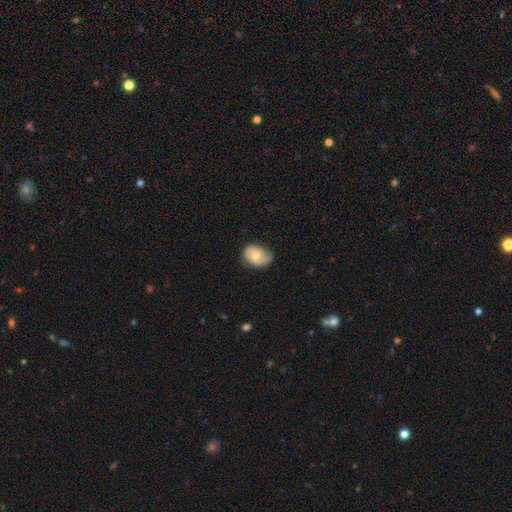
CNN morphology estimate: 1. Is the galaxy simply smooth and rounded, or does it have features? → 70% smooth, 23% featured or disk, 7% star or artifact.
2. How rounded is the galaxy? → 77% in between, 22% round, 1% cigar-shaped.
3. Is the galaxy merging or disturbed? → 65% none, 28% minor disturbance, 6% major disturbance, 1% merger.